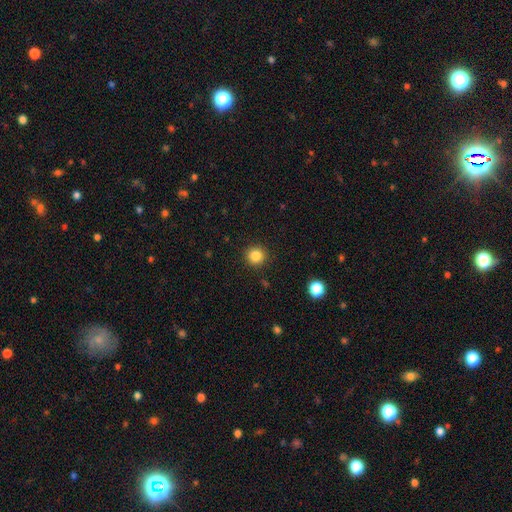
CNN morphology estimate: Q: Smooth or featured?
A: smooth (84%); runner-up: star or artifact (11%)
Q: How rounded?
A: round (94%); runner-up: in between (5%)
Q: Merging?
A: none (92%); runner-up: minor disturbance (5%)